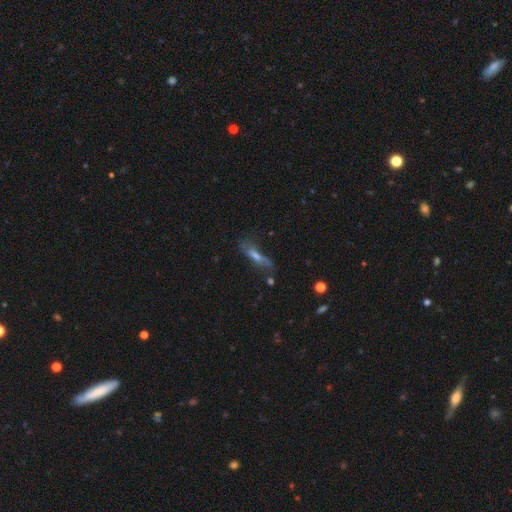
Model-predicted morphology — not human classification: This appears to be a featured or disk galaxy (54%) viewed edge-on (58%). Merging: none (55%).